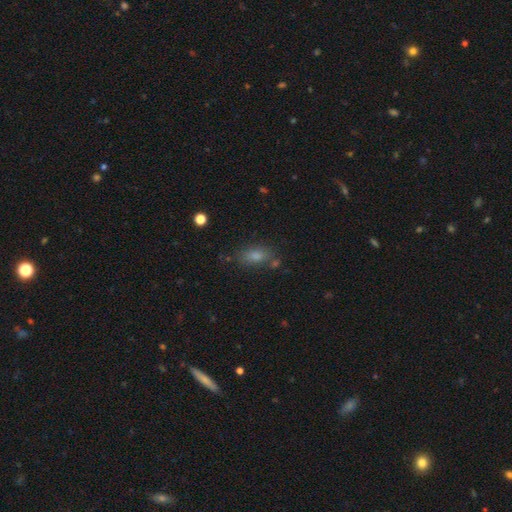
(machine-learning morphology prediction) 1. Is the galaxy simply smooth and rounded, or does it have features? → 67% smooth, 22% star or artifact, 11% featured or disk.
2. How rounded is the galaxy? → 78% in between, 14% round, 8% cigar-shaped.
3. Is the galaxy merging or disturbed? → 74% none, 13% minor disturbance, 8% merger, 5% major disturbance.